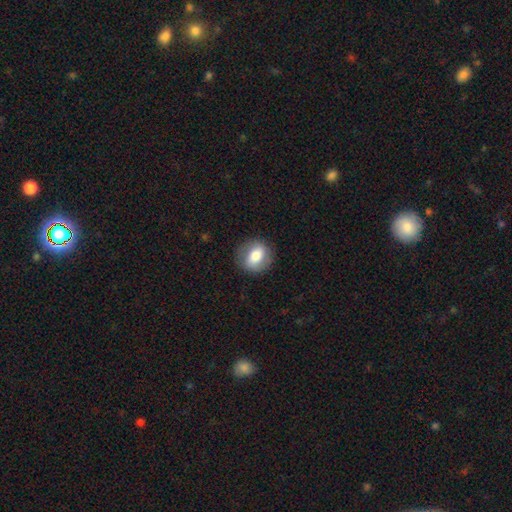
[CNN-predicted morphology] A smooth galaxy with no disk features (68%) that is round (56%).

Vote fractions:
- Smooth or featured? smooth: 68% / featured or disk: 24% / star or artifact: 7%
- How rounded? round: 56% / in between: 42% / cigar-shaped: 2%
- Merging? none: 84% / minor disturbance: 11% / major disturbance: 4% / merger: 1%